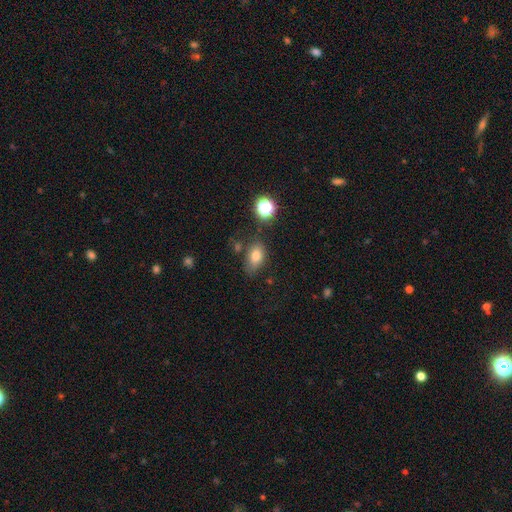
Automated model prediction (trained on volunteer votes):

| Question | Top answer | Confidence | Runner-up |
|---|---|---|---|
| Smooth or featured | smooth | 77% | star or artifact (13%) |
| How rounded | in between | 82% | round (16%) |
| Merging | none | 69% | minor disturbance (20%) |